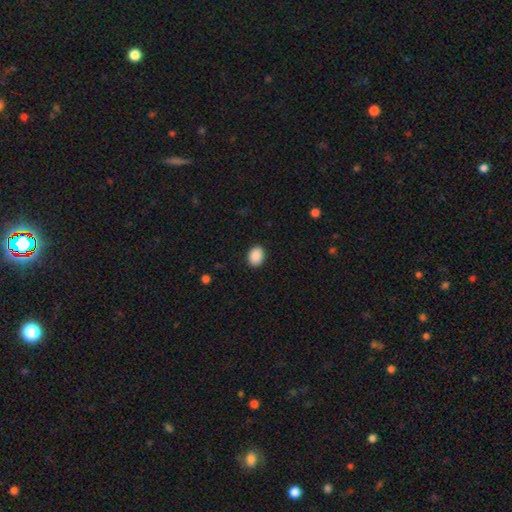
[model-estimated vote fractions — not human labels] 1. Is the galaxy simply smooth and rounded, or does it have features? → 90% smooth, 7% star or artifact, 2% featured or disk.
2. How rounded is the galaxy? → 63% in between, 36% round, 1% cigar-shaped.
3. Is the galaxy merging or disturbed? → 91% none, 7% minor disturbance, 2% major disturbance, 1% merger.